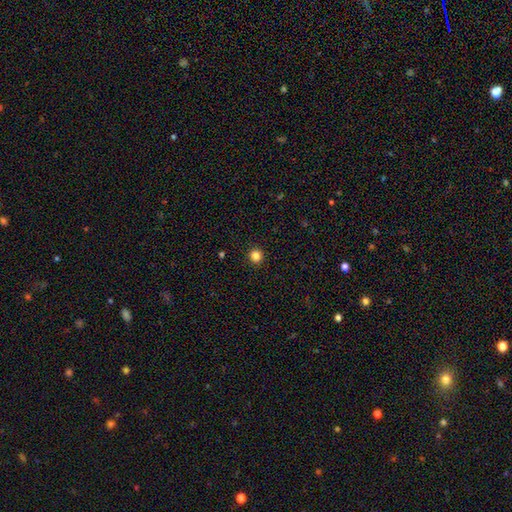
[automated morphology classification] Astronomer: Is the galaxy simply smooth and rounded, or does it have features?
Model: smooth — 83%.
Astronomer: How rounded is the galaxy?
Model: round — 94%.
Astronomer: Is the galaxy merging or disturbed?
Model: none — 93%.